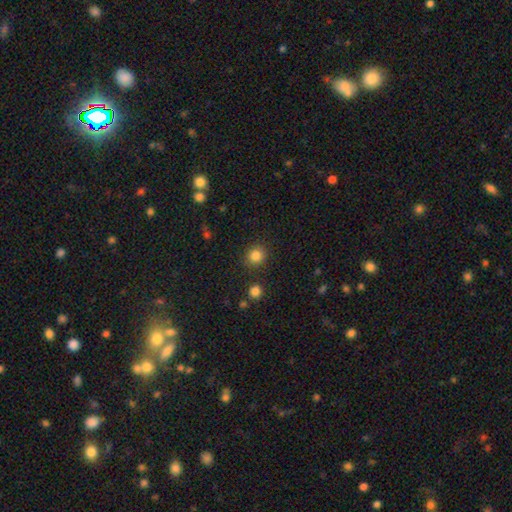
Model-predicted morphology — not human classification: Smooth or featured?
  - smooth: 84% *
  - star or artifact: 11%
  - featured or disk: 4%
How rounded?
  - round: 86% *
  - in between: 13%
  - cigar-shaped: 1%
Merging?
  - none: 88% *
  - minor disturbance: 7%
  - major disturbance: 3%
  - merger: 2%